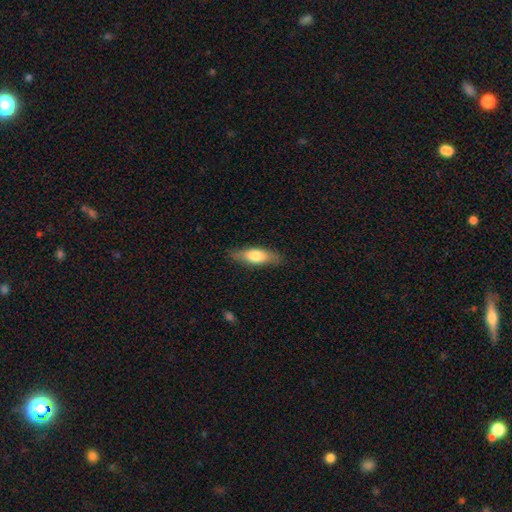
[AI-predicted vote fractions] Morphology: type=smooth (69%); roundness=in between (58%); merging=none (83%).